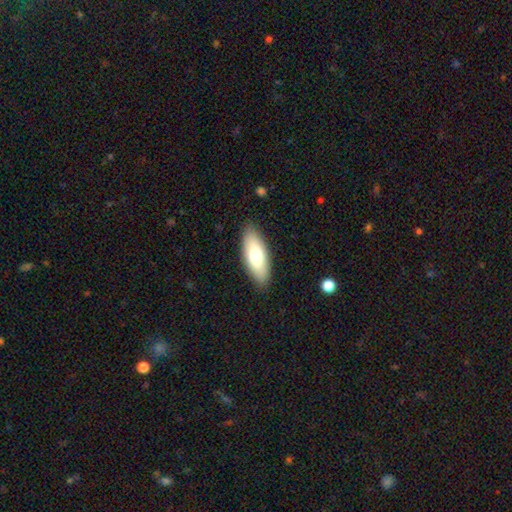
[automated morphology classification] Q: Smooth or featured?
A: smooth (71%); runner-up: featured or disk (23%)
Q: How rounded?
A: in between (75%); runner-up: cigar-shaped (23%)
Q: Merging?
A: none (88%); runner-up: minor disturbance (9%)